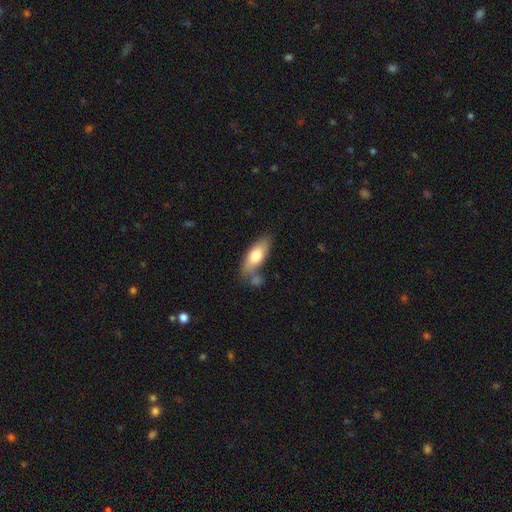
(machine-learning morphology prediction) A smooth galaxy with no disk features (71%) that is in between round and cigar-shaped (74%).

Vote fractions:
- Smooth or featured? smooth: 71% / featured or disk: 23% / star or artifact: 6%
- How rounded? in between: 74% / cigar-shaped: 23% / round: 3%
- Merging? none: 58% / merger: 18% / minor disturbance: 18% / major disturbance: 6%